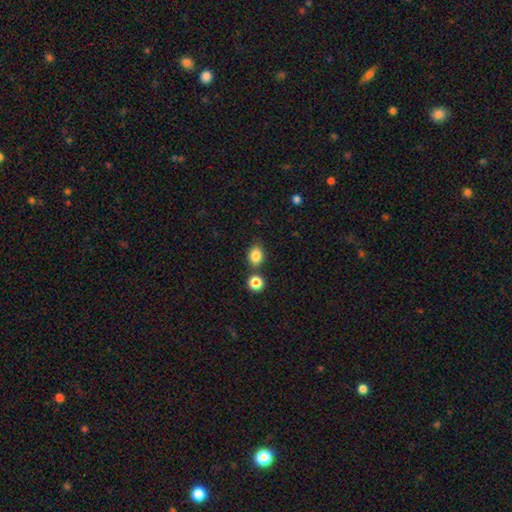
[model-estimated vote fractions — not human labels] A smooth galaxy with no disk features (84%) that is in between round and cigar-shaped (50%). Merging: none (71%).